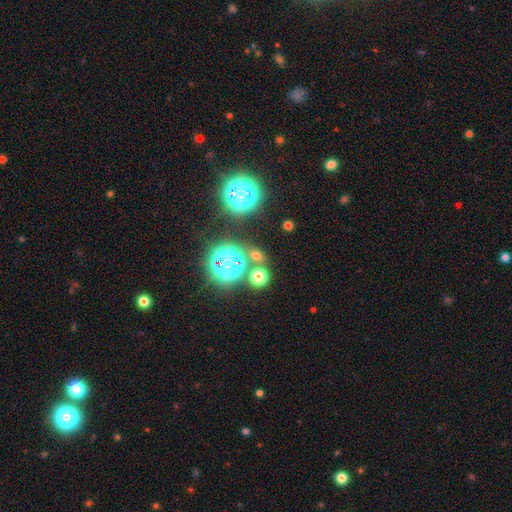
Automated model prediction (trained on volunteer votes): Q: Smooth or featured?
A: star or artifact (53%); runner-up: smooth (39%)